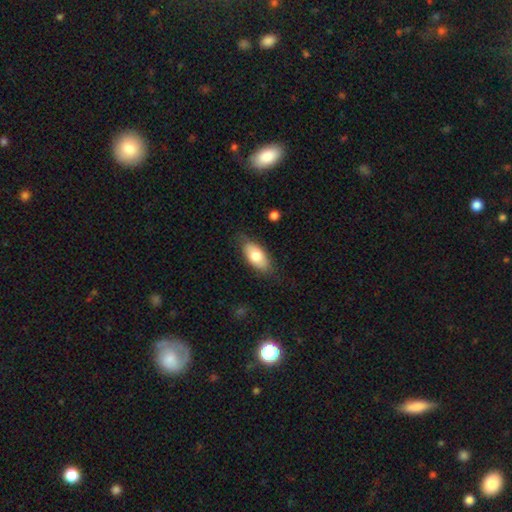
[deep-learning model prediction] A smooth galaxy with no disk features (76%) that is in between round and cigar-shaped (90%). Merging: none (79%).